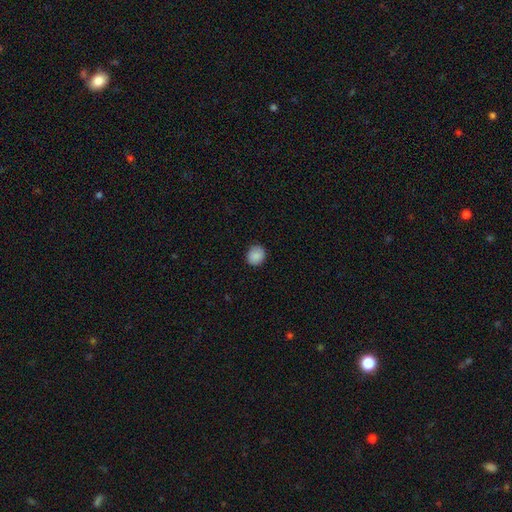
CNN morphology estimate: smooth 88%, star or artifact 8%, featured or disk 4%. Down the decision tree: how rounded — round (80%); merging — none (87%).